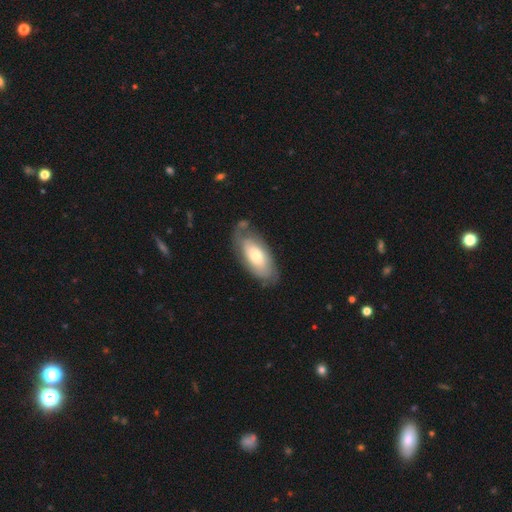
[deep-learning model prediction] Smooth or featured: smooth — 52% (featured or disk — 42%)
How rounded: in between — 89% (cigar-shaped — 8%)
Merging: none — 66% (minor disturbance — 22%)